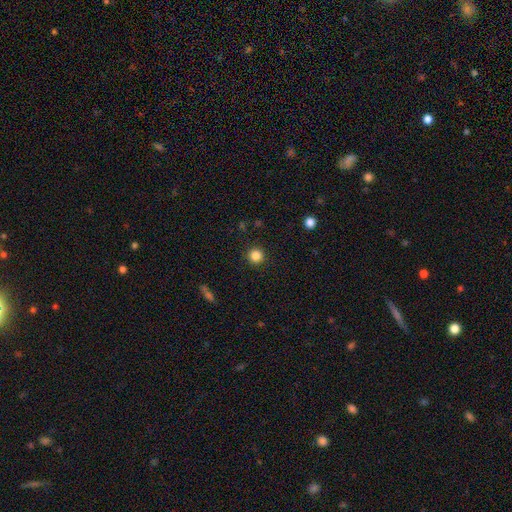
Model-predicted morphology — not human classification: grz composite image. It shows a smooth galaxy with no disk features (85%) that is round (95%). Merging: none (92%).